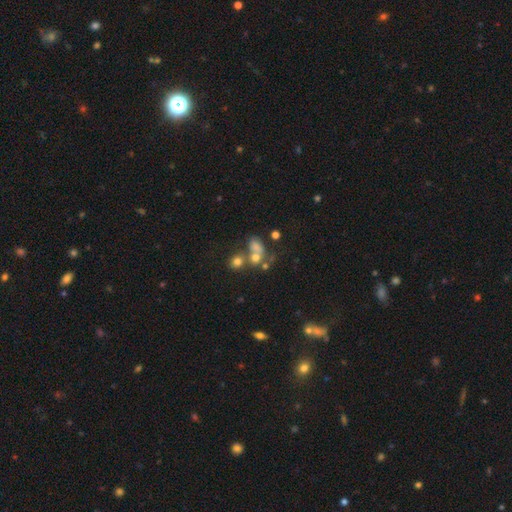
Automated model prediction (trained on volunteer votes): Smooth or featured? smooth (61%)
How rounded? round (55%)
Merging? merger (43%)